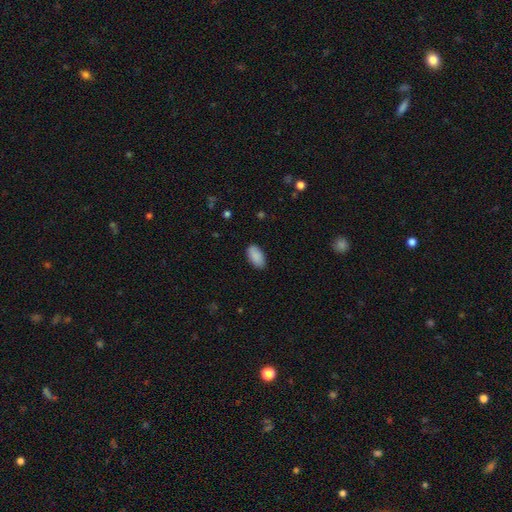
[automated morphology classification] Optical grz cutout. It shows a smooth galaxy with no disk features (90%) that is in between round and cigar-shaped (94%). Merging: none (86%).